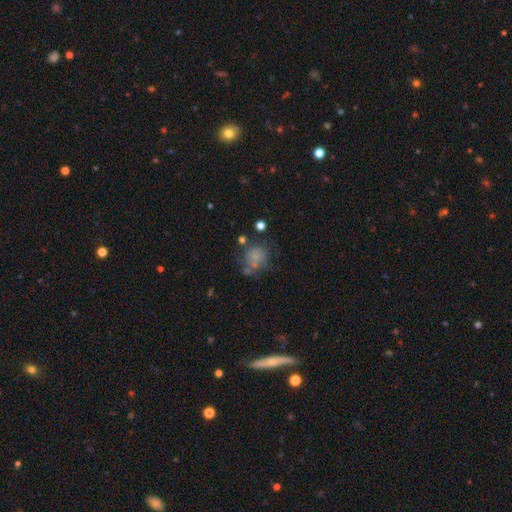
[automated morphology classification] smooth_or_featured: smooth (p=0.67) [alt: featured or disk p=0.18]
how_rounded: round (p=0.77) [alt: in between p=0.22]
merging: none (p=0.49) [alt: minor disturbance p=0.21]